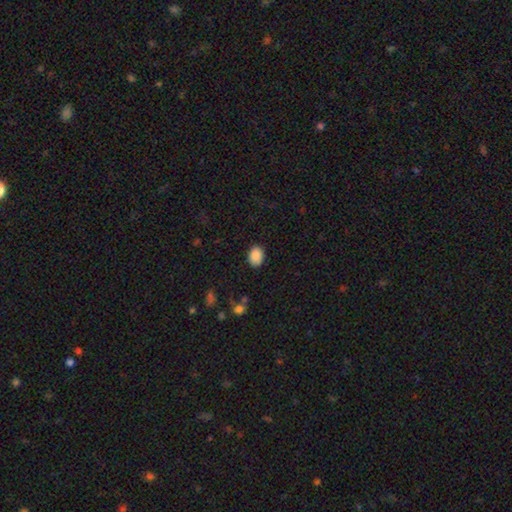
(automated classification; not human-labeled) This is clearly a smooth galaxy (89%). How rounded: likely in between (71%). Merging: clearly none (88%).